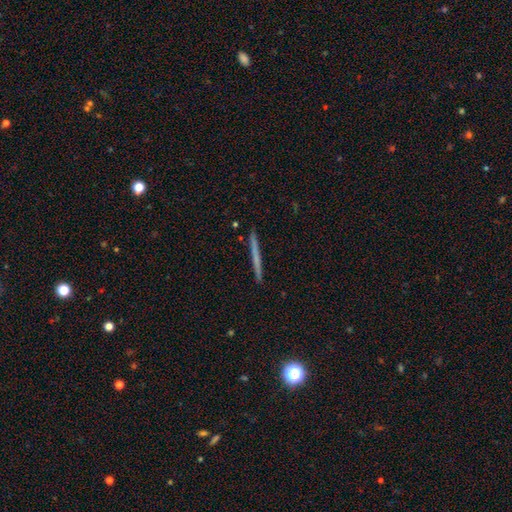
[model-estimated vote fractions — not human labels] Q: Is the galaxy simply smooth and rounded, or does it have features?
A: smooth — 50%.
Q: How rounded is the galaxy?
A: cigar-shaped — 97%.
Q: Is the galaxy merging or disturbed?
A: none — 93%.